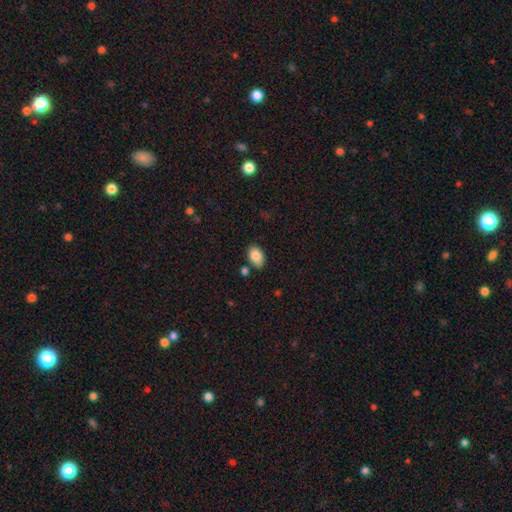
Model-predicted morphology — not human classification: Overall: smooth (85%). How rounded: in between (89%). Merging: none (80%).